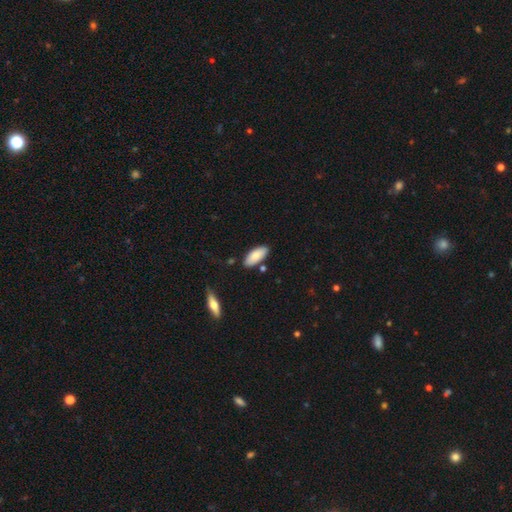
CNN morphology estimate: This is clearly a smooth galaxy (84%). How rounded: clearly in between (84%). Merging: clearly none (82%).